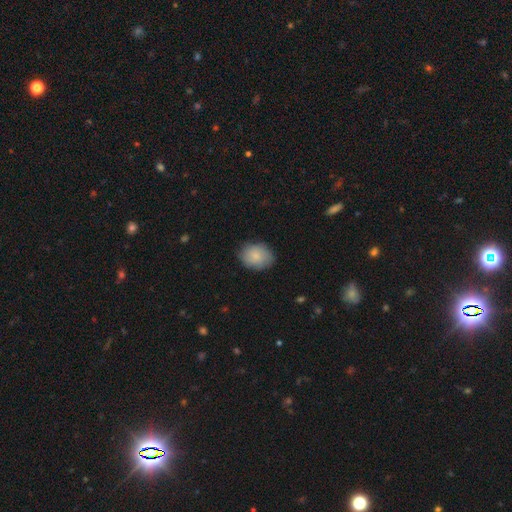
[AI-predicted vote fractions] A smooth galaxy with no disk features (84%) that is in between round and cigar-shaped (57%).

Vote fractions:
- Smooth or featured? smooth: 84% / featured or disk: 9% / star or artifact: 6%
- How rounded? in between: 57% / round: 42% / cigar-shaped: 1%
- Merging? none: 80% / minor disturbance: 15% / major disturbance: 3% / merger: 1%